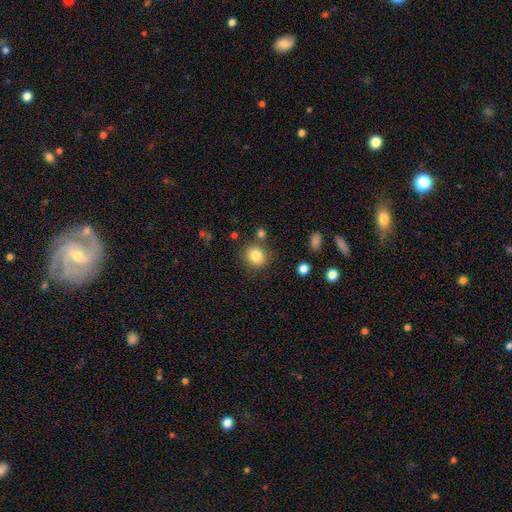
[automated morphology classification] smooth-or-featured: smooth: 83% | star or artifact: 10% | featured or disk: 6%
  how-rounded: round: 79% | in between: 20% | cigar-shaped: 1%
  merging: none: 80% | minor disturbance: 11% | merger: 6% | major disturbance: 4%